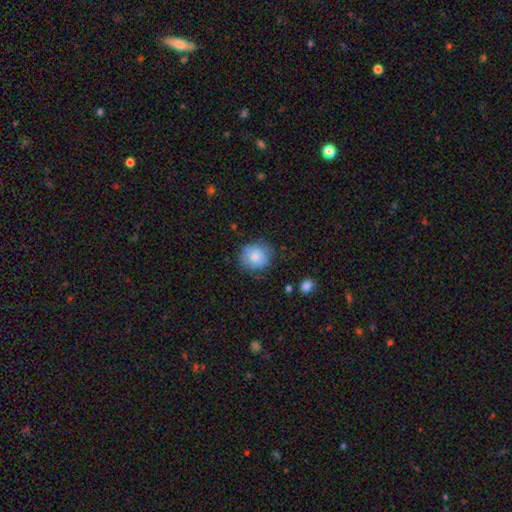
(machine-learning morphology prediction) Smooth or featured?
  - smooth: 80% *
  - featured or disk: 13%
  - star or artifact: 8%
How rounded?
  - round: 84% *
  - in between: 15%
  - cigar-shaped: 1%
Merging?
  - none: 74% *
  - minor disturbance: 20%
  - major disturbance: 5%
  - merger: 2%